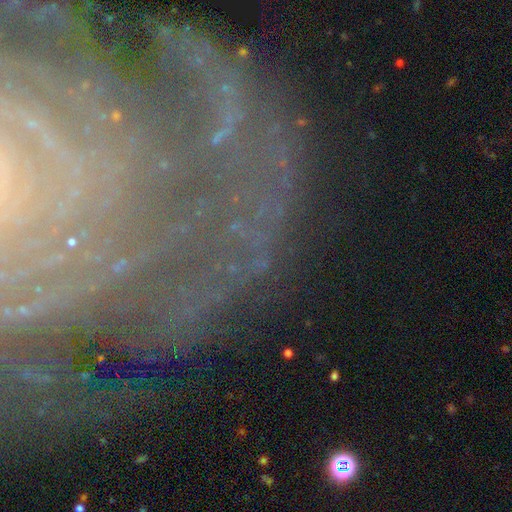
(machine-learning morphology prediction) The model was most divided on "smooth or featured": featured or disk: 48%, star or artifact: 38%, smooth: 14%. More confident: merging — none (74%).